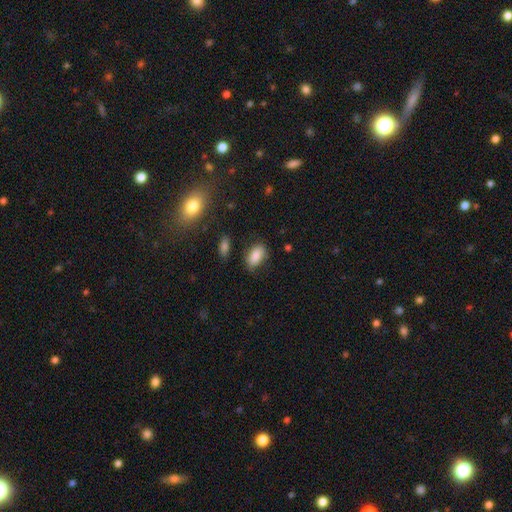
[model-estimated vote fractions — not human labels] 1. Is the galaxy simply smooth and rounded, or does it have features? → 86% smooth, 8% star or artifact, 6% featured or disk.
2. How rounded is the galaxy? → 91% in between, 6% round, 3% cigar-shaped.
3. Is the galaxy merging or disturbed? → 76% none, 17% minor disturbance, 4% major disturbance, 3% merger.